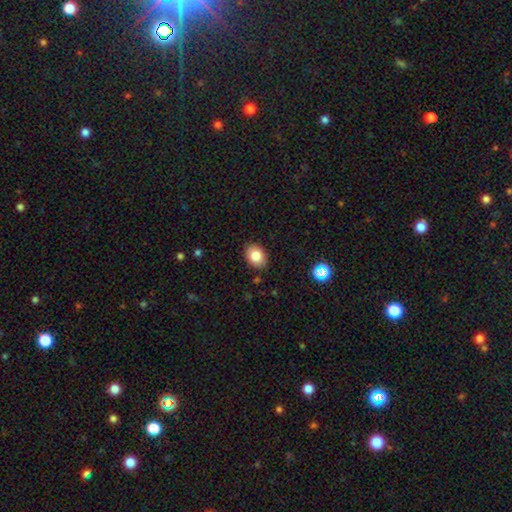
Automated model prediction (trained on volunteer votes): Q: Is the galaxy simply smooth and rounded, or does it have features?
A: smooth — 82%.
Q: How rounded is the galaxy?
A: in between — 61%.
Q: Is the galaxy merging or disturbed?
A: none — 88%.